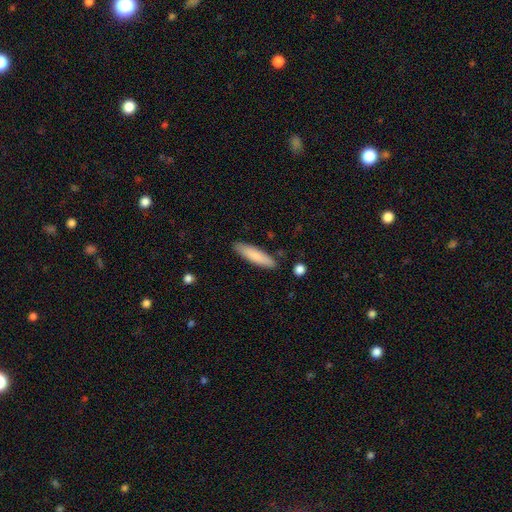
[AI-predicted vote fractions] A smooth galaxy with no disk features (82%) that is cigar-shaped (79%).

Vote fractions:
- Smooth or featured? smooth: 82% / featured or disk: 13% / star or artifact: 6%
- How rounded? cigar-shaped: 79% / in between: 20% / round: 1%
- Merging? none: 86% / minor disturbance: 10% / merger: 2% / major disturbance: 2%